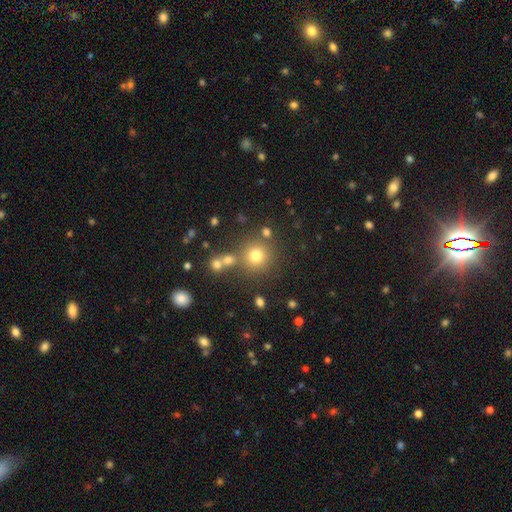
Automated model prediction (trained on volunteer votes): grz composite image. It shows a smooth galaxy with no disk features (74%) that is round (92%). Merging: none (74%).